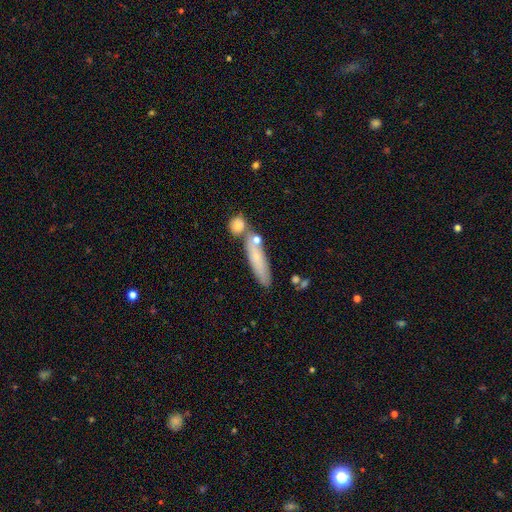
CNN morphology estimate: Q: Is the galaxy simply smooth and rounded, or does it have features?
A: smooth — 64%.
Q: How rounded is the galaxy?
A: cigar-shaped — 76%.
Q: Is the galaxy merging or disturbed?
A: none — 64%.